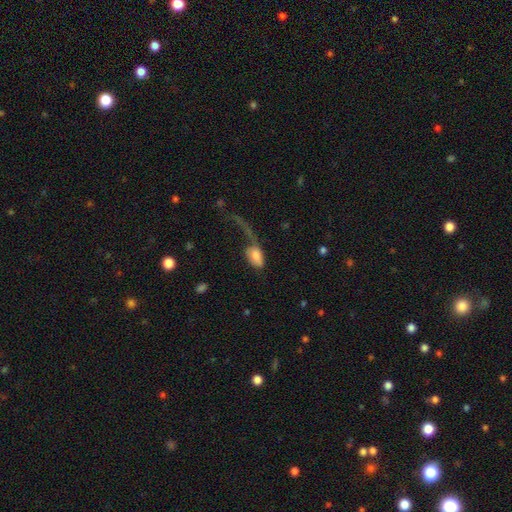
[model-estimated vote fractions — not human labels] smooth-or-featured: smooth: 74% | featured or disk: 19% | star or artifact: 7%
  how-rounded: in between: 92% | round: 5% | cigar-shaped: 3%
  merging: major disturbance: 55% | none: 19% | minor disturbance: 15% | merger: 11%